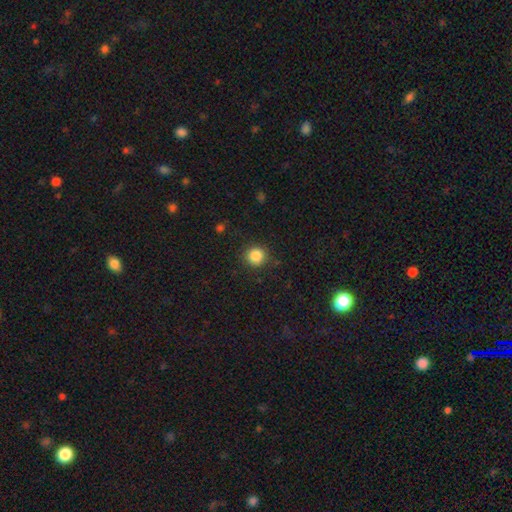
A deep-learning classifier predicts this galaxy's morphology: smooth_or_featured: smooth (p=0.86) [alt: star or artifact p=0.11]
how_rounded: round (p=0.92) [alt: in between p=0.07]
merging: none (p=0.89) [alt: minor disturbance p=0.07]